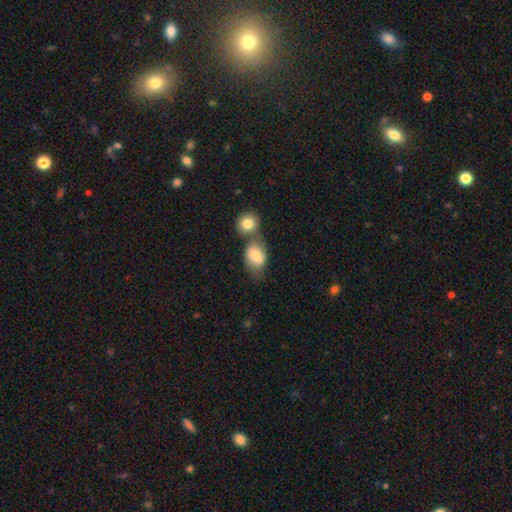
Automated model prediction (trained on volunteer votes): Overall: smooth (76%). How rounded: in between (70%). Merging: merger (47%; none 35%).